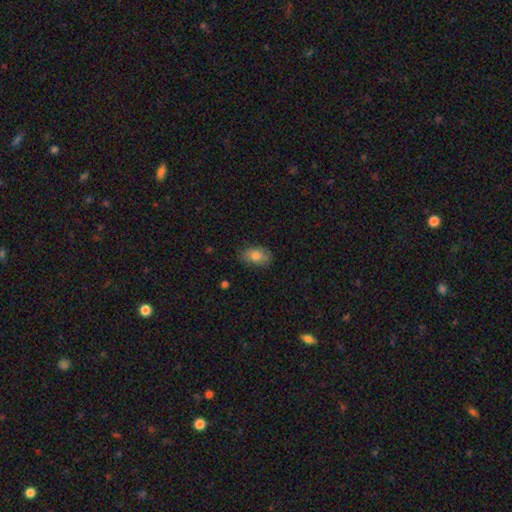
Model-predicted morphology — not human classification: Smooth or featured? Predicted: smooth (p=0.81). How rounded? Predicted: in between (p=0.86). Merging? Predicted: none (p=0.79).